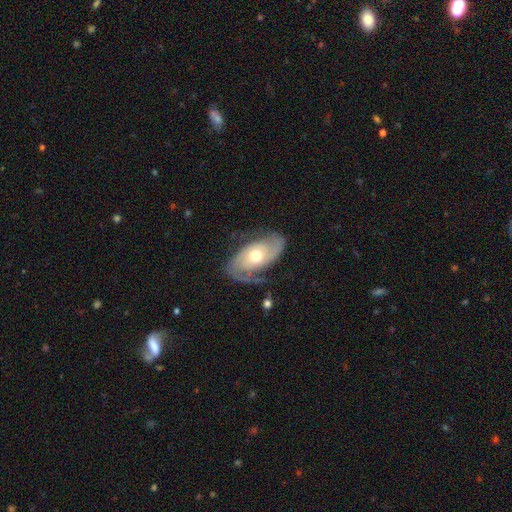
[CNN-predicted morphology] Q: Smooth or featured?
A: featured or disk (83%); runner-up: smooth (12%)
Q: Edge-on disk?
A: no (95%); runner-up: yes (5%)
Q: Bar?
A: no (74%); runner-up: weak (21%)
Q: Spiral arms?
A: yes (94%); runner-up: no (6%)
Q: Spiral winding?
A: medium (41%); runner-up: tight (36%)
Q: Spiral arm count?
A: 2 (84%); runner-up: can't tell (6%)
Q: Bulge size?
A: moderate (74%); runner-up: small (17%)
Q: Merging?
A: none (68%); runner-up: minor disturbance (19%)